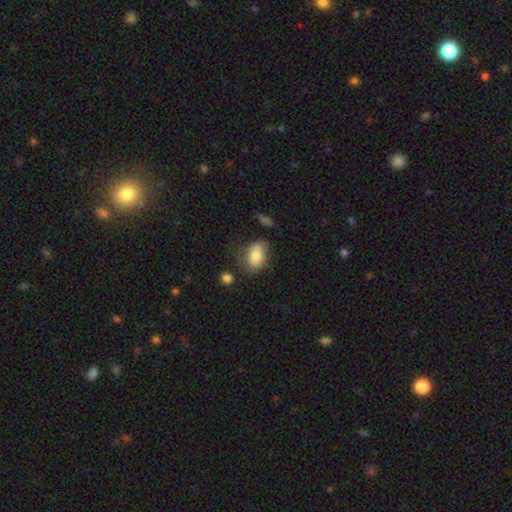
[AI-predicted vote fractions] Overall: smooth (74%). How rounded: in between (83%). Merging: none (48%; minor disturbance 31%).